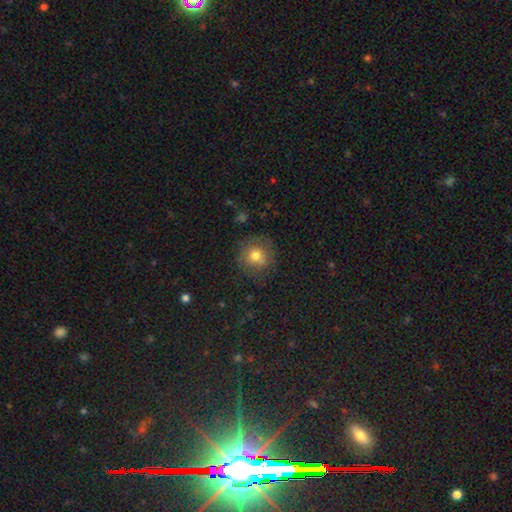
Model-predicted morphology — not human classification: Smooth or featured?
  - smooth: 71% *
  - featured or disk: 16%
  - star or artifact: 13%
How rounded?
  - round: 89% *
  - in between: 10%
  - cigar-shaped: 1%
Merging?
  - none: 73% *
  - minor disturbance: 17%
  - major disturbance: 7%
  - merger: 3%